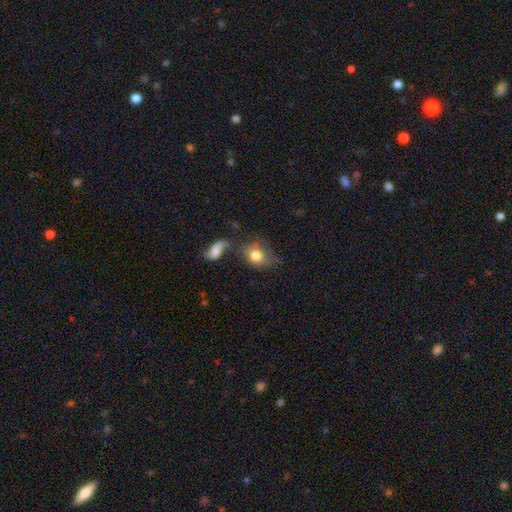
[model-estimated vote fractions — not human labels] Smooth or featured? Predicted: smooth (p=0.78). How rounded? Predicted: in between (p=0.54). Merging? Predicted: none (p=0.48).